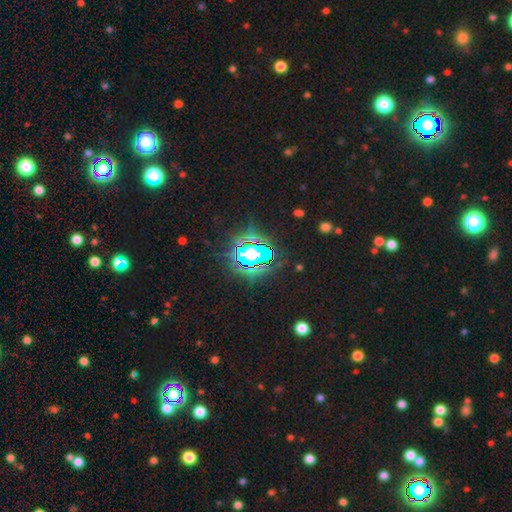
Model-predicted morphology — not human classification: Smooth or featured? Predicted: star or artifact (p=0.70).